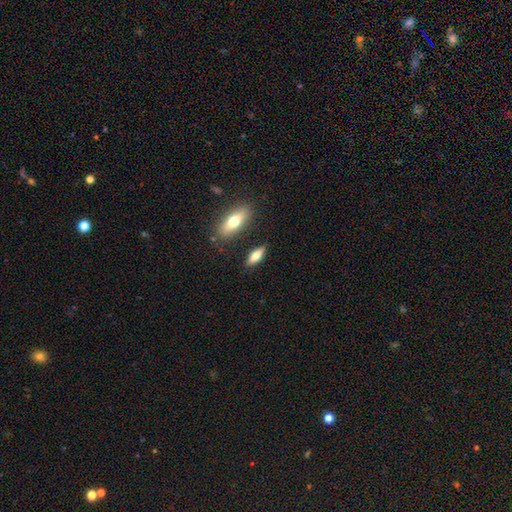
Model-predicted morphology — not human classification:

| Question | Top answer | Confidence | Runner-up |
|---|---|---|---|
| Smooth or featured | smooth | 62% | featured or disk (30%) |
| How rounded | in between | 58% | cigar-shaped (39%) |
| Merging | none | 81% | minor disturbance (12%) |